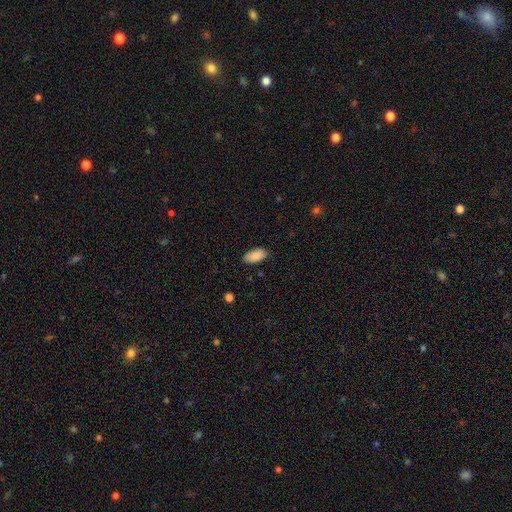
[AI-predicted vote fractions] smooth_or_featured: smooth (p=0.87) [alt: star or artifact p=0.07]
how_rounded: in between (p=0.93) [alt: cigar-shaped p=0.05]
merging: none (p=0.84) [alt: minor disturbance p=0.13]